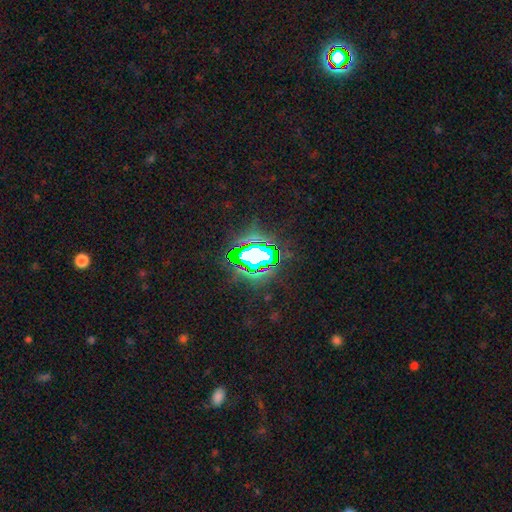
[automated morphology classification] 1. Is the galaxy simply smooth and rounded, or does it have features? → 71% star or artifact, 16% smooth, 13% featured or disk.